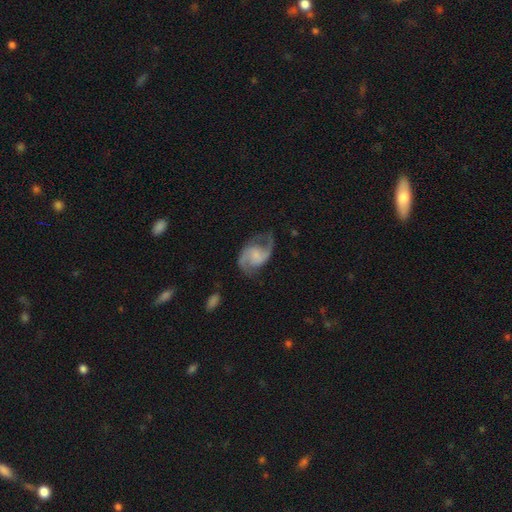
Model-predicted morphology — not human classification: A featured or disk galaxy (85%) with no bar (48%), 2 (91%) medium (49%) spiral arms (96%) and no central bulge (35%, tied with small). Merging: none (68%).